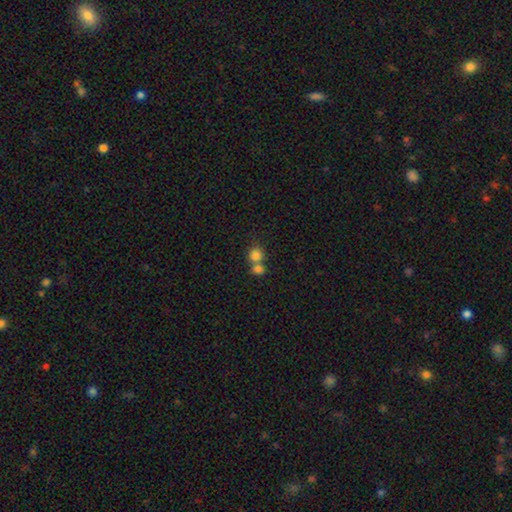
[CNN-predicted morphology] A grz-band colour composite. It shows a smooth galaxy with no disk features (82%) that is round (85%). Merging: merger (49%).